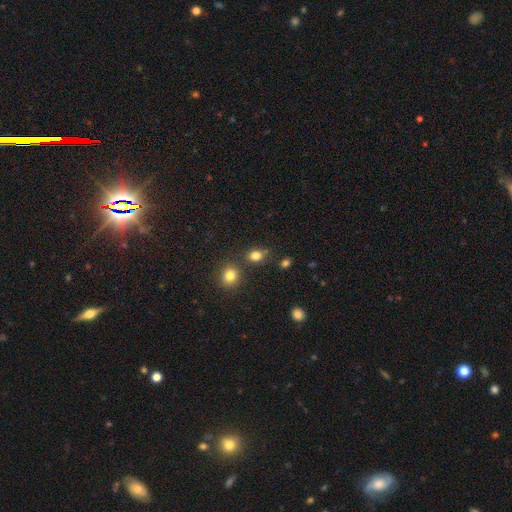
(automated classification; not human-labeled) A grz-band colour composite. It shows a smooth galaxy with no disk features (82%) that is in between round and cigar-shaped (55%). Merging: none (73%).